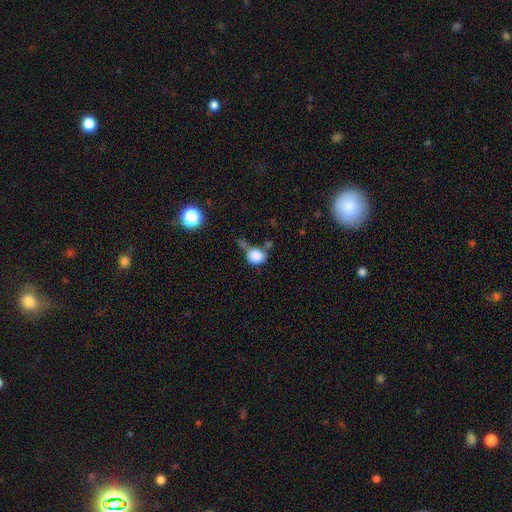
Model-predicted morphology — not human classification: This is clearly a smooth galaxy (85%). How rounded: likely round (76%). Merging: possibly none (47%).